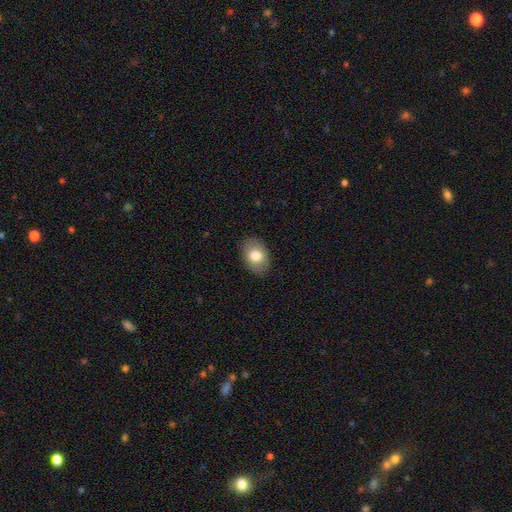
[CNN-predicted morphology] This appears to be a smooth galaxy with no disk features (77%) that is in between round and cigar-shaped (82%). Merging: none (87%).